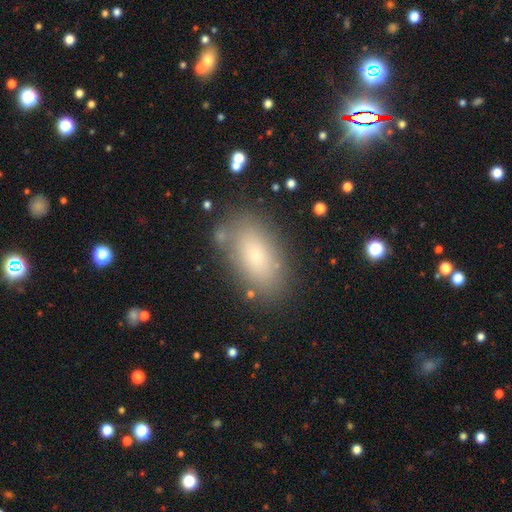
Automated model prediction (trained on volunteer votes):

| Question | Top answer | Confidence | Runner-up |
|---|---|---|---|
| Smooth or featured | smooth | 76% | featured or disk (14%) |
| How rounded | in between | 91% | round (5%) |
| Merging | none | 79% | minor disturbance (13%) |